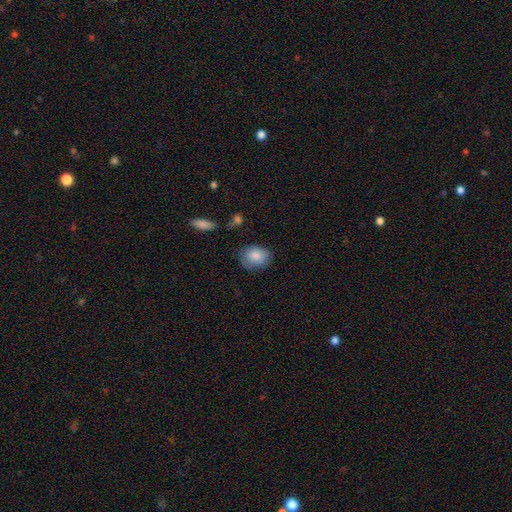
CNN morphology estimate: The model was most divided on "how rounded": in between: 55%, round: 44%, cigar-shaped: 1%. More confident: smooth or featured — smooth (85%); merging — none (70%).